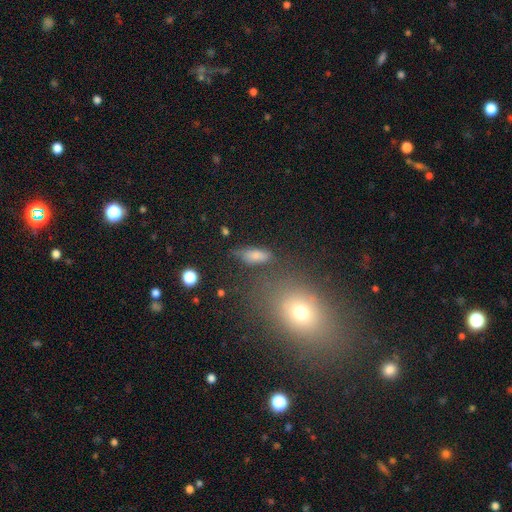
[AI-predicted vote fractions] Q: Smooth or featured?
A: smooth (65%); runner-up: star or artifact (18%)
Q: How rounded?
A: in between (66%); runner-up: cigar-shaped (25%)
Q: Merging?
A: none (65%); runner-up: minor disturbance (18%)